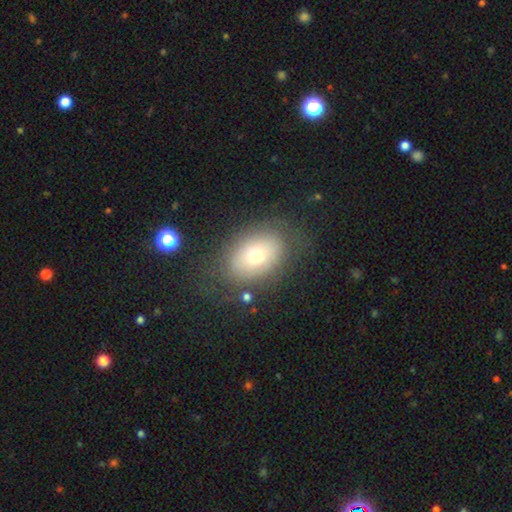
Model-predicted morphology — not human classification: type=smooth (63%); roundness=in between (78%); merging=none (72%).